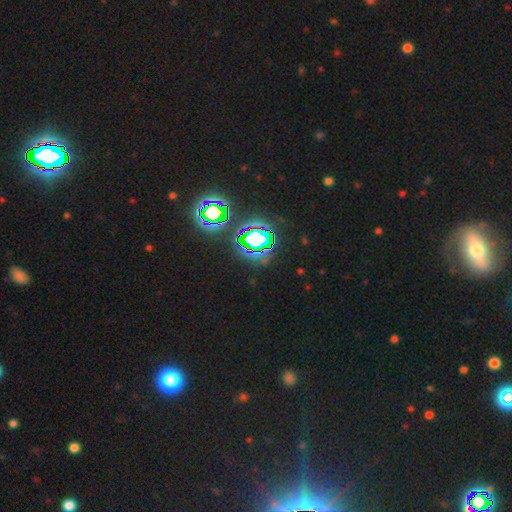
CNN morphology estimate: Smooth or featured?
  - star or artifact: 80% *
  - smooth: 13%
  - featured or disk: 7%